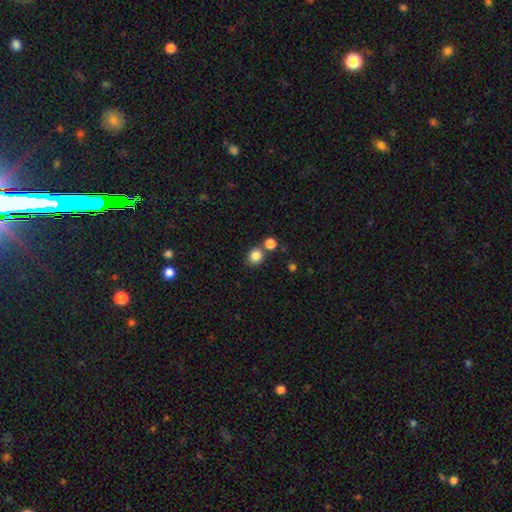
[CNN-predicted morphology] A smooth galaxy with no disk features (84%) that is round (76%). Merging: none (67%).